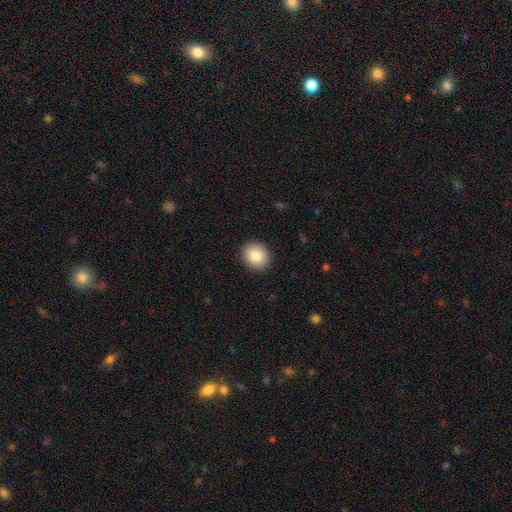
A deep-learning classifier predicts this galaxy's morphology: Q: Smooth or featured?
A: smooth (87%); runner-up: star or artifact (7%)
Q: How rounded?
A: round (65%); runner-up: in between (34%)
Q: Merging?
A: none (91%); runner-up: minor disturbance (6%)